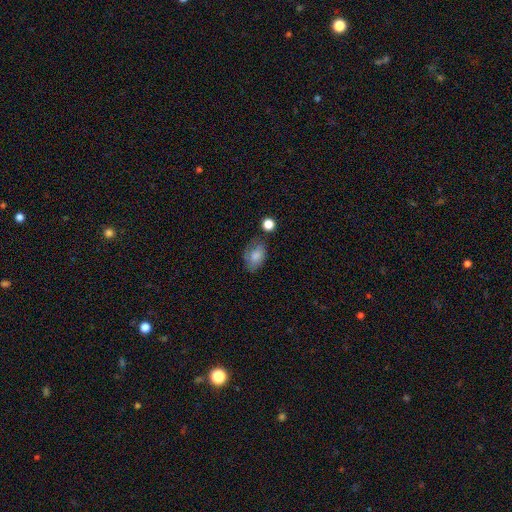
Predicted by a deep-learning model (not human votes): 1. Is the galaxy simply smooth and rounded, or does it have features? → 69% smooth, 21% featured or disk, 9% star or artifact.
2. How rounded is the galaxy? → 82% in between, 17% round, 1% cigar-shaped.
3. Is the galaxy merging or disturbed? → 57% none, 27% minor disturbance, 11% major disturbance, 5% merger.